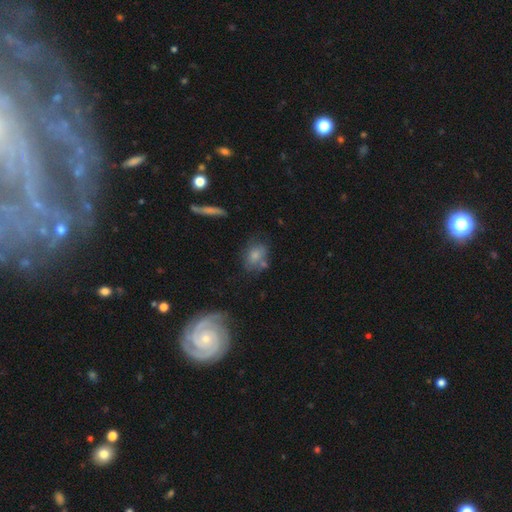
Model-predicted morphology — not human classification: Smooth or featured: smooth — 75% (featured or disk — 16%)
How rounded: in between — 69% (round — 29%)
Merging: none — 56% (minor disturbance — 22%)